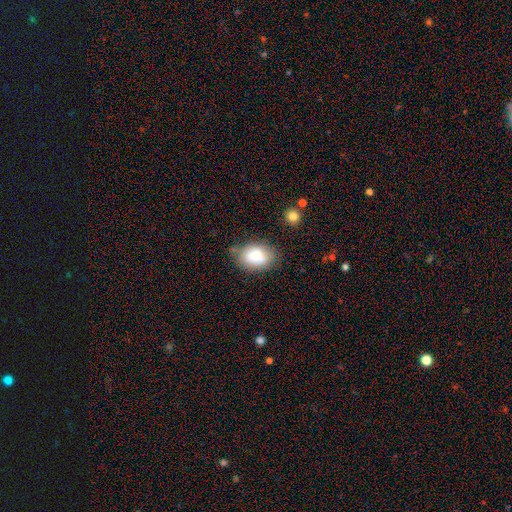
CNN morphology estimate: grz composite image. It shows a smooth galaxy with no disk features (77%) that is in between round and cigar-shaped (76%). Merging: none (66%).